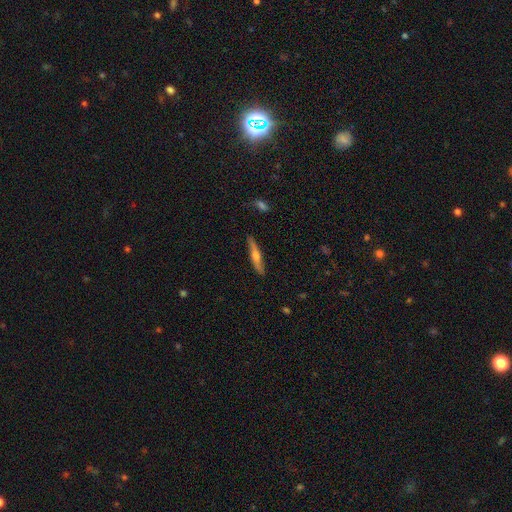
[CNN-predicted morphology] featured or disk 60%, smooth 34%, star or artifact 6%. Down the decision tree: edge-on disk — yes (94%); edge-on bulge — rounded (90%); merging — none (87%).